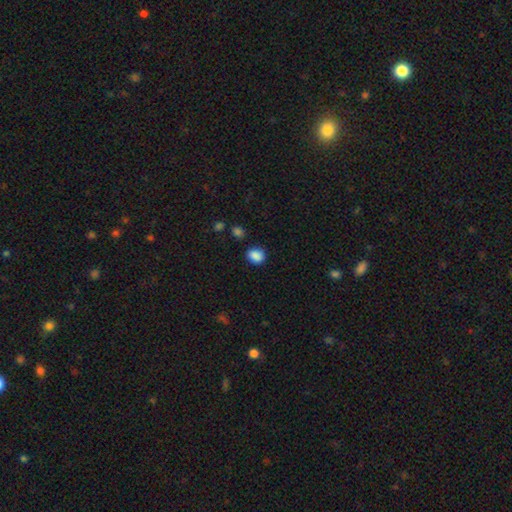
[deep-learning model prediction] The model was most divided on "how rounded": in between: 50%, round: 49%, cigar-shaped: 1%. More confident: smooth or featured — smooth (87%); merging — none (75%).